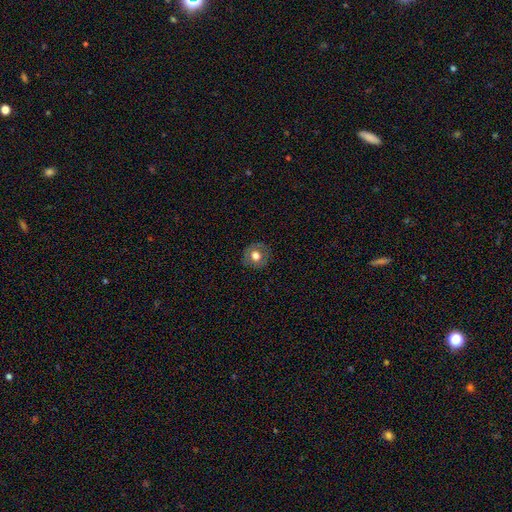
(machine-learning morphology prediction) This appears to be a smooth galaxy with no disk features (67%) that is round (89%). Merging: none (85%).